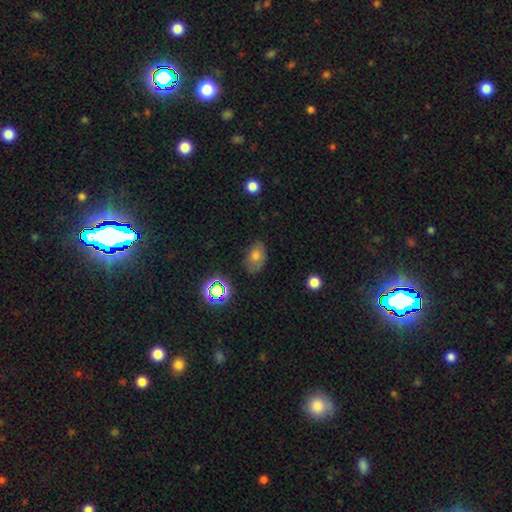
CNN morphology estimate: type=smooth (71%); roundness=in between (84%); merging=none (73%).